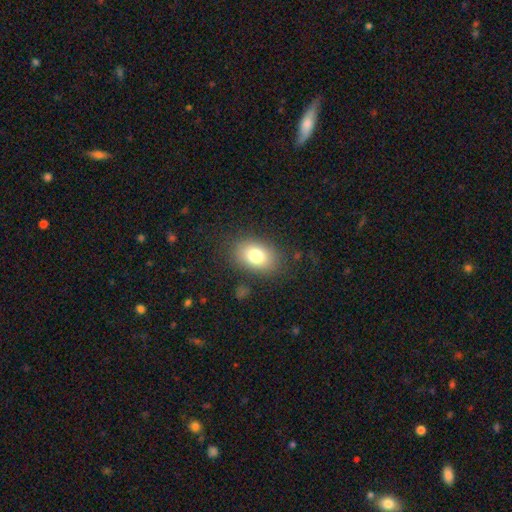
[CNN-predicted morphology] This appears to be a smooth galaxy with no disk features (78%) that is in between round and cigar-shaped (78%). Merging: none (83%).